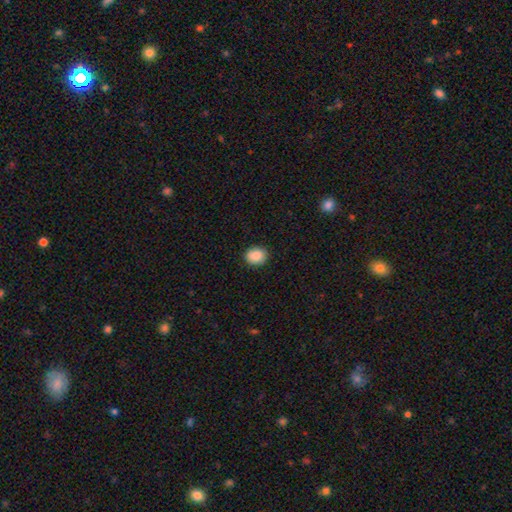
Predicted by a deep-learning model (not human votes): Overall: smooth (89%). How rounded: round (64%; in between 35%). Merging: none (90%).